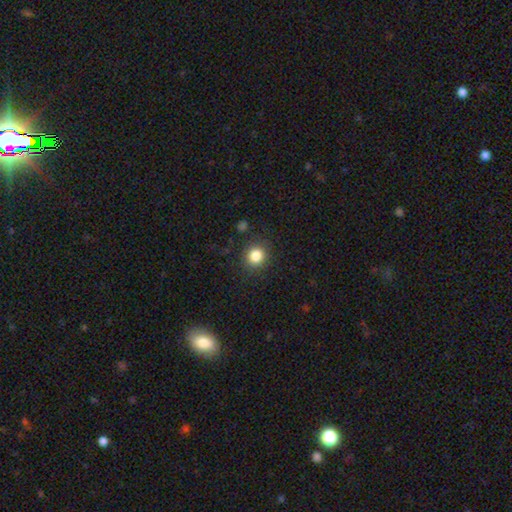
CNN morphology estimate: smooth 84%, star or artifact 11%, featured or disk 5%. Down the decision tree: how rounded — round (87%); merging — none (87%).